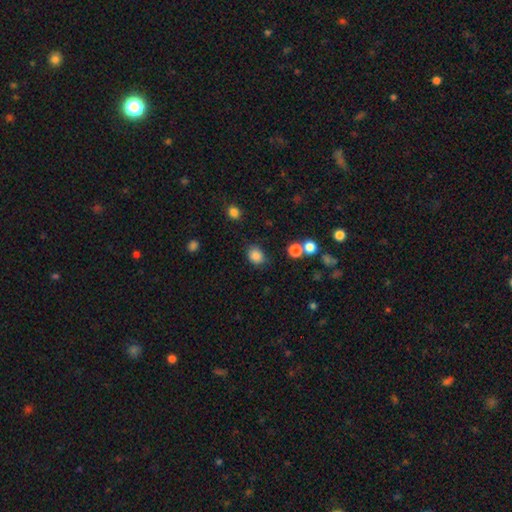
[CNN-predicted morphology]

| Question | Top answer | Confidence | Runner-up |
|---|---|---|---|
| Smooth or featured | smooth | 84% | star or artifact (11%) |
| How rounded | round | 53% | in between (46%) |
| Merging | none | 79% | minor disturbance (13%) |